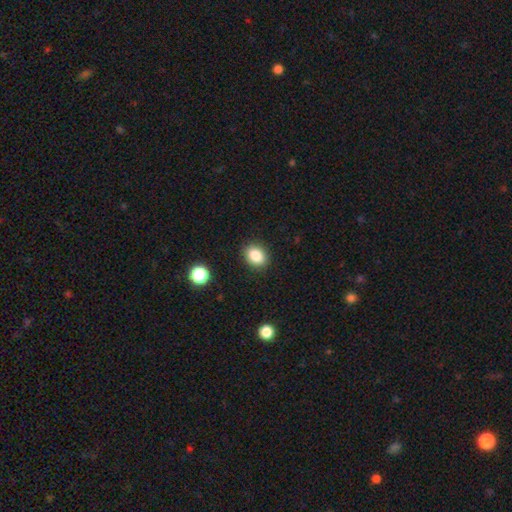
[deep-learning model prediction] Smooth or featured: smooth — 86% (star or artifact — 10%)
How rounded: in between — 55% (round — 44%)
Merging: none — 89% (minor disturbance — 8%)